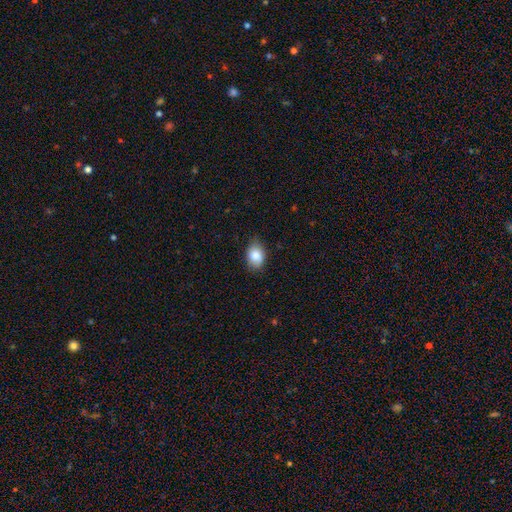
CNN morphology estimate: The model was most divided on "how rounded": in between: 77%, round: 22%, cigar-shaped: 1%. More confident: smooth or featured — smooth (85%); merging — none (76%).